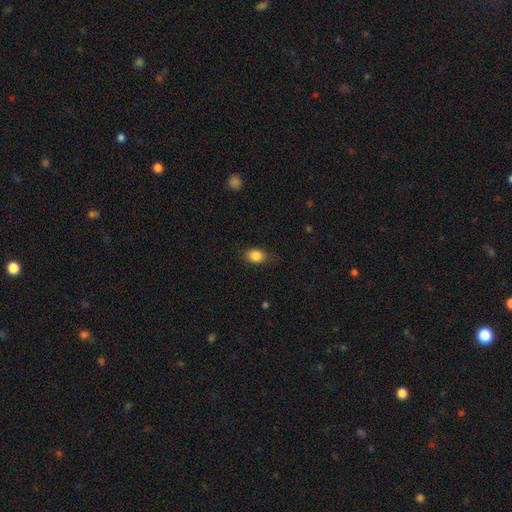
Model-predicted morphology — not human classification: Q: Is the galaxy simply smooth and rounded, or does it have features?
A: smooth — 86%.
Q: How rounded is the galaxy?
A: in between — 68%.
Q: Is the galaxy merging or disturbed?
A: none — 79%.